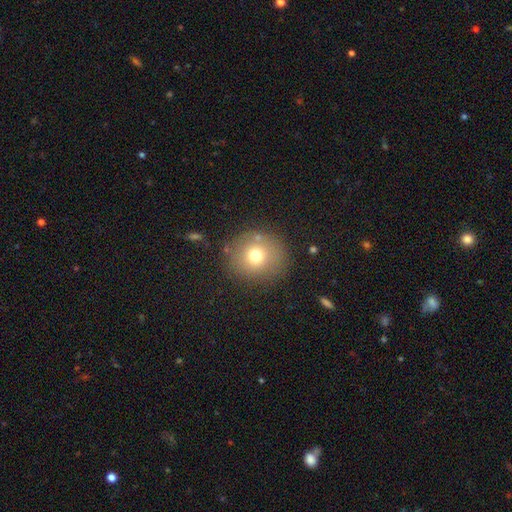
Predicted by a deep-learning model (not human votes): Overall: smooth (72%). How rounded: round (87%). Merging: none (82%).